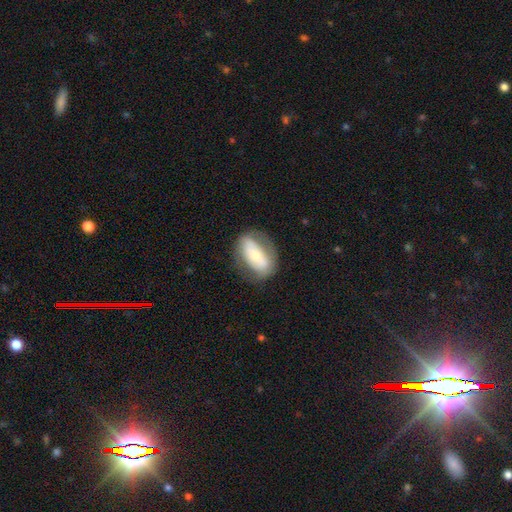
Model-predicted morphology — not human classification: smooth_or_featured: smooth (p=0.51) [alt: featured or disk p=0.43]
how_rounded: in between (p=0.86) [alt: round p=0.08]
merging: none (p=0.72) [alt: minor disturbance p=0.18]